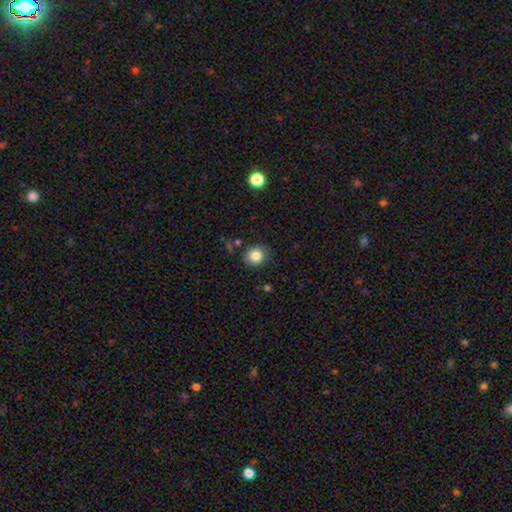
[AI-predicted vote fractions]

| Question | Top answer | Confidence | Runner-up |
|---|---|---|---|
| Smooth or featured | smooth | 84% | star or artifact (10%) |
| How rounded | round | 75% | in between (24%) |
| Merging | none | 84% | minor disturbance (10%) |